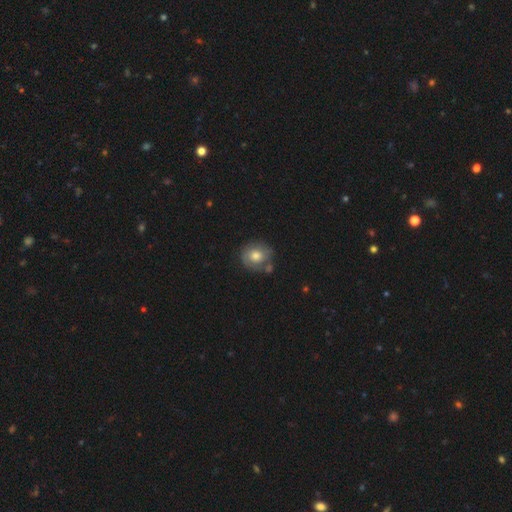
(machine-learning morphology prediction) A smooth galaxy with no disk features (70%) that is round (85%).

Vote fractions:
- Smooth or featured? smooth: 70% / featured or disk: 23% / star or artifact: 8%
- How rounded? round: 85% / in between: 14% / cigar-shaped: 1%
- Merging? none: 69% / minor disturbance: 17% / merger: 10% / major disturbance: 5%